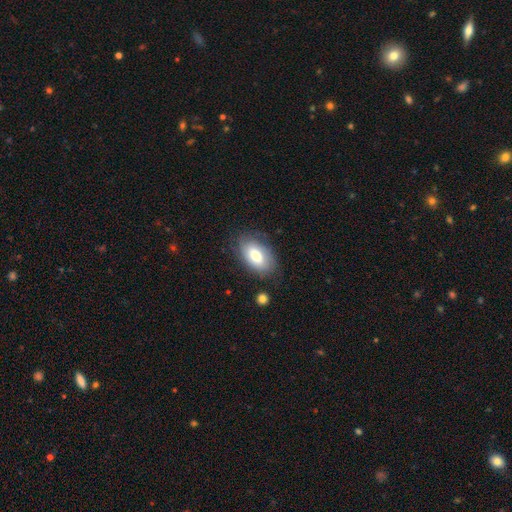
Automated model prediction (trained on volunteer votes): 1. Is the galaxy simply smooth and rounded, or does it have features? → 72% smooth, 21% featured or disk, 7% star or artifact.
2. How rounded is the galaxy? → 93% in between, 5% round, 2% cigar-shaped.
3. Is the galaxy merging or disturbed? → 76% none, 17% minor disturbance, 5% major disturbance, 2% merger.